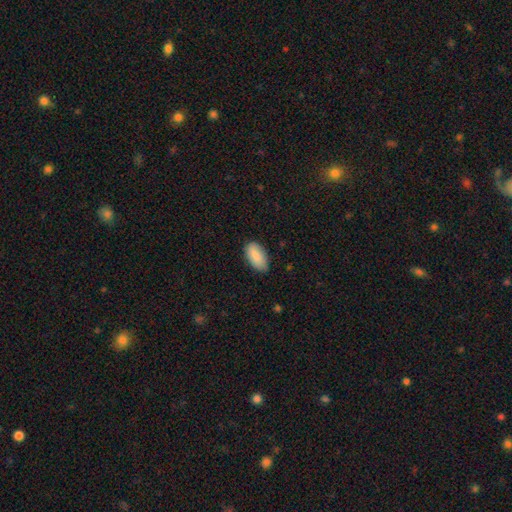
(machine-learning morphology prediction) smooth-or-featured: smooth: 88% | star or artifact: 6% | featured or disk: 6%
  how-rounded: in between: 94% | cigar-shaped: 3% | round: 2%
  merging: none: 82% | minor disturbance: 14% | major disturbance: 2% | merger: 1%